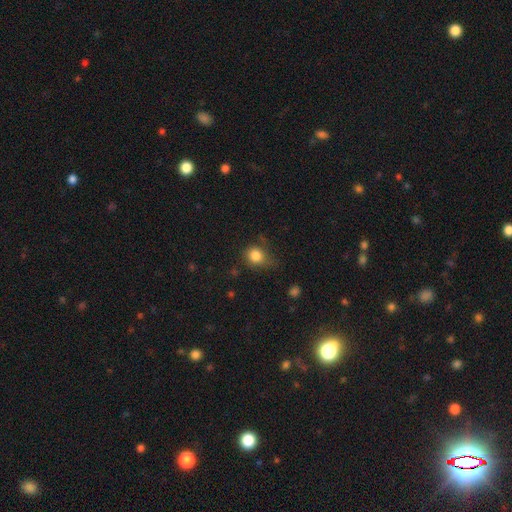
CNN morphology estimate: smooth_or_featured: smooth (p=0.82) [alt: star or artifact p=0.11]
how_rounded: round (p=0.74) [alt: in between p=0.25]
merging: none (p=0.59) [alt: minor disturbance p=0.28]